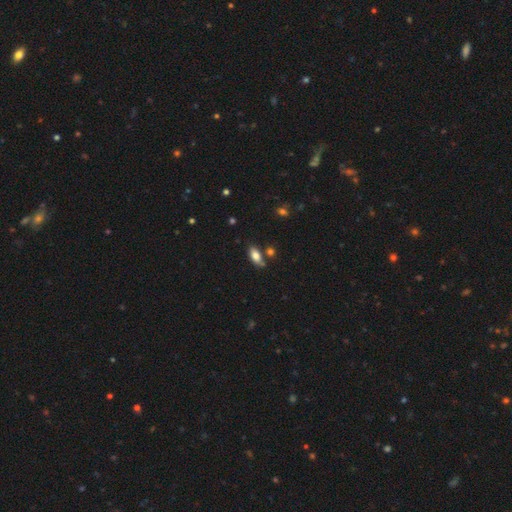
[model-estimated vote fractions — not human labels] smooth 79%, featured or disk 14%, star or artifact 8%. Down the decision tree: how rounded — in between (85%); merging — none (67%).